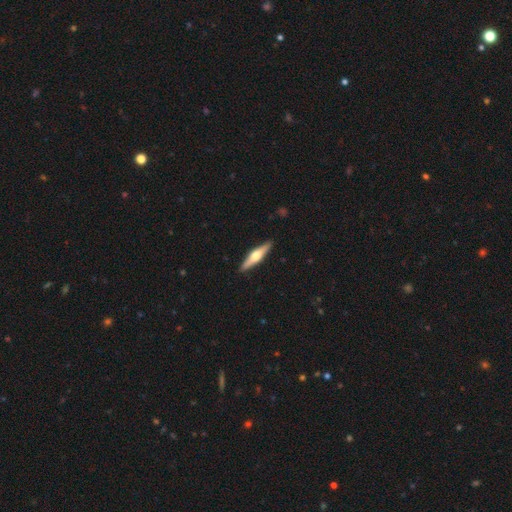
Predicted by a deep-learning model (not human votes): Q: Smooth or featured?
A: featured or disk (66%); runner-up: smooth (29%)
Q: Edge-on disk?
A: yes (97%); runner-up: no (3%)
Q: Edge-on bulge?
A: rounded (94%); runner-up: boxy (4%)
Q: Merging?
A: none (91%); runner-up: minor disturbance (7%)